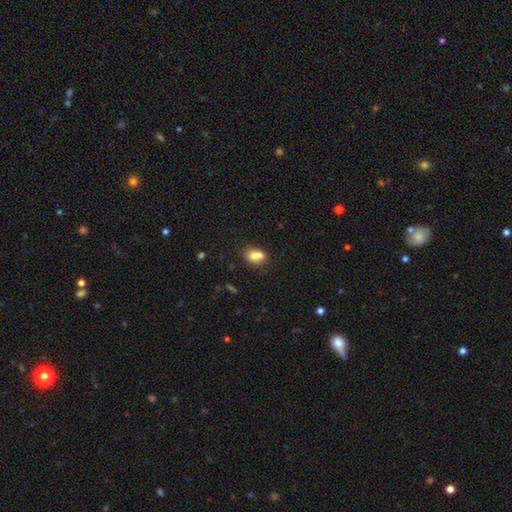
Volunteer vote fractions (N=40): This appears to be a smooth galaxy with no disk features (88%) that is in between round and cigar-shaped (69%). Merging: merger (62%).